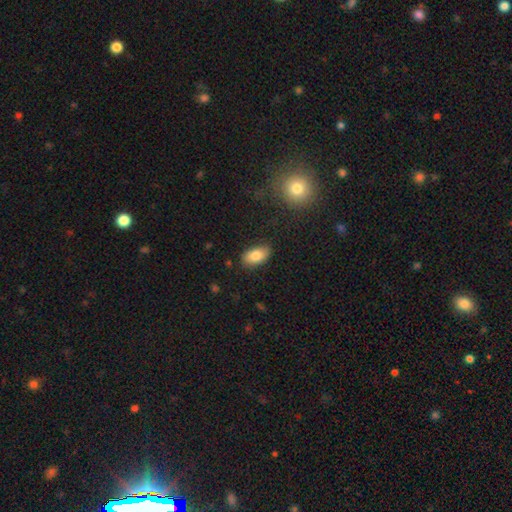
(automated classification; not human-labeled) smooth-or-featured: smooth: 82% | featured or disk: 10% | star or artifact: 8%
  how-rounded: in between: 93% | round: 4% | cigar-shaped: 3%
  merging: none: 82% | minor disturbance: 14% | major disturbance: 3% | merger: 2%